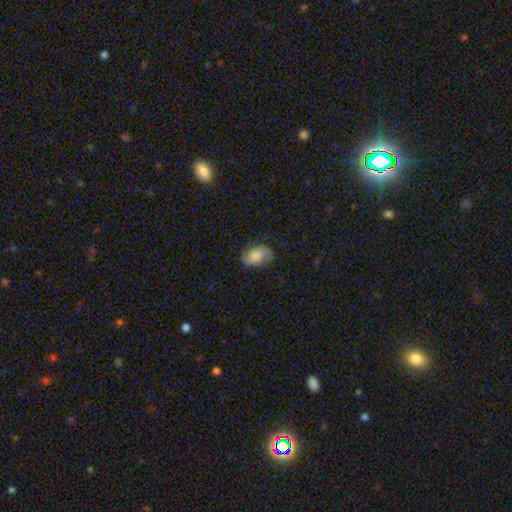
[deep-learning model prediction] Q: Smooth or featured?
A: smooth (72%); runner-up: featured or disk (20%)
Q: How rounded?
A: in between (83%); runner-up: round (15%)
Q: Merging?
A: none (70%); runner-up: minor disturbance (22%)